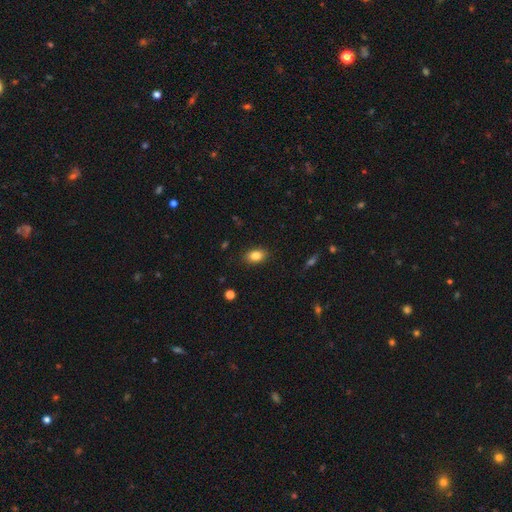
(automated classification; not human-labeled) Overall: smooth (83%). How rounded: in between (84%). Merging: none (88%).